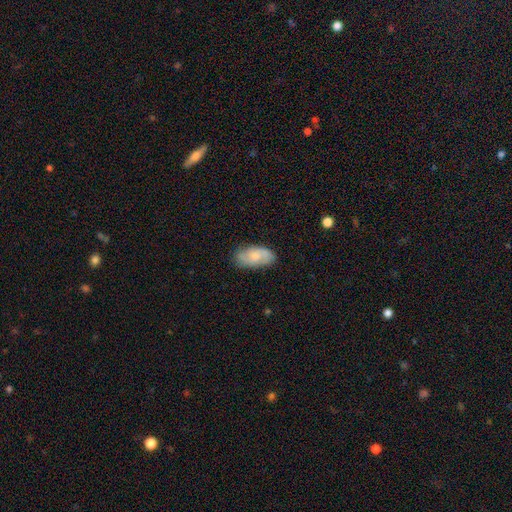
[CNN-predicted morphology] Smooth or featured: smooth — 61% (featured or disk — 32%)
How rounded: in between — 92% (cigar-shaped — 5%)
Merging: none — 77% (minor disturbance — 18%)